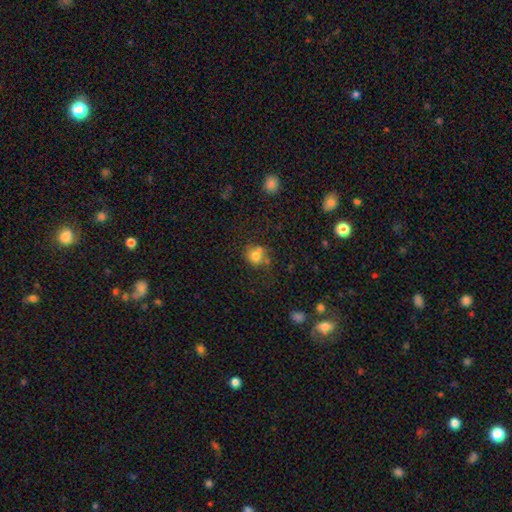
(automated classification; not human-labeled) Smooth or featured? smooth (73%)
How rounded? round (78%)
Merging? none (51%)